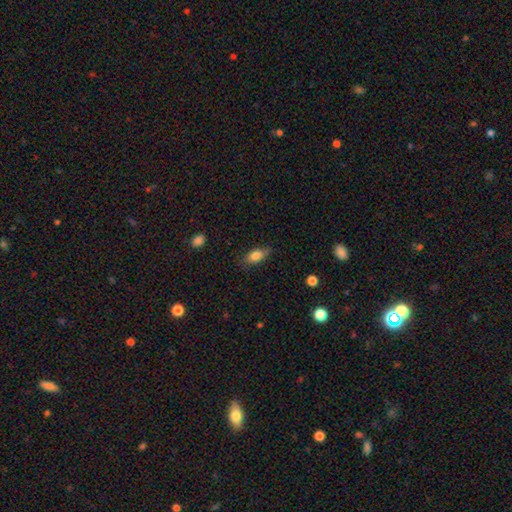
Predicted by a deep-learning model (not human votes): smooth_or_featured: smooth (p=0.80) [alt: featured or disk p=0.12]
how_rounded: in between (p=0.86) [alt: cigar-shaped p=0.09]
merging: none (p=0.77) [alt: minor disturbance p=0.18]